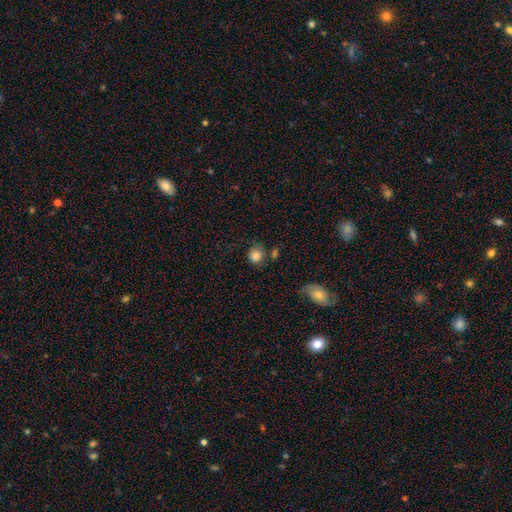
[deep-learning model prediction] smooth-or-featured: smooth: 84% | star or artifact: 9% | featured or disk: 6%
  how-rounded: round: 86% | in between: 13% | cigar-shaped: 1%
  merging: none: 68% | minor disturbance: 16% | merger: 10% | major disturbance: 7%